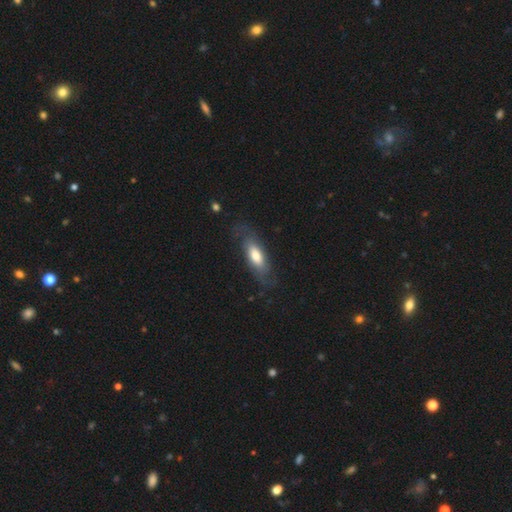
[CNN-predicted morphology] Smooth or featured? smooth (55%)
How rounded? in between (71%)
Merging? none (68%)